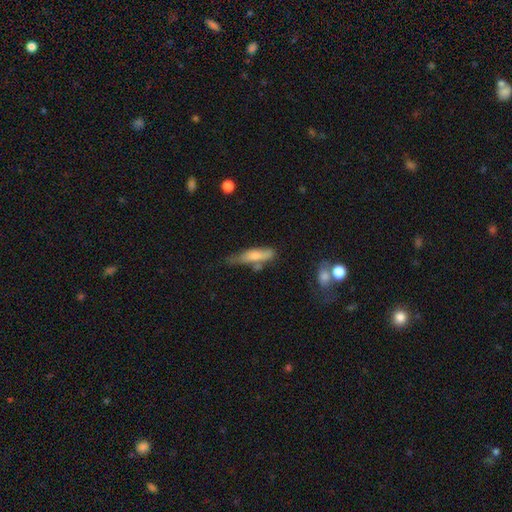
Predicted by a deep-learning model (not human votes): smooth_or_featured: smooth (p=0.68) [alt: featured or disk p=0.25]
how_rounded: cigar-shaped (p=0.66) [alt: in between p=0.32]
merging: none (p=0.44) [alt: minor disturbance p=0.31]